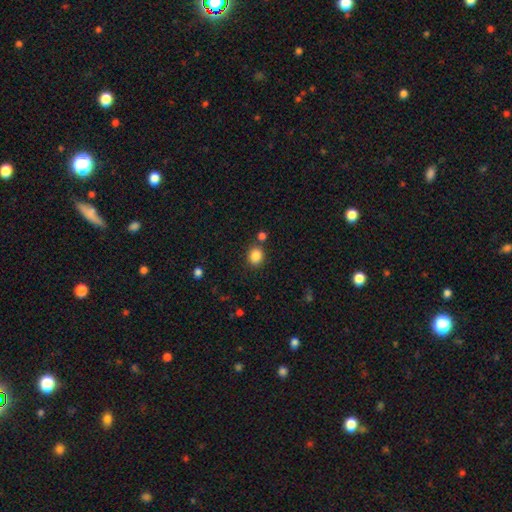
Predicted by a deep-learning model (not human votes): A smooth galaxy with no disk features (85%) that is round (68%).

Vote fractions:
- Smooth or featured? smooth: 85% / star or artifact: 10% / featured or disk: 4%
- How rounded? round: 68% / in between: 31% / cigar-shaped: 1%
- Merging? none: 78% / minor disturbance: 9% / merger: 9% / major disturbance: 3%